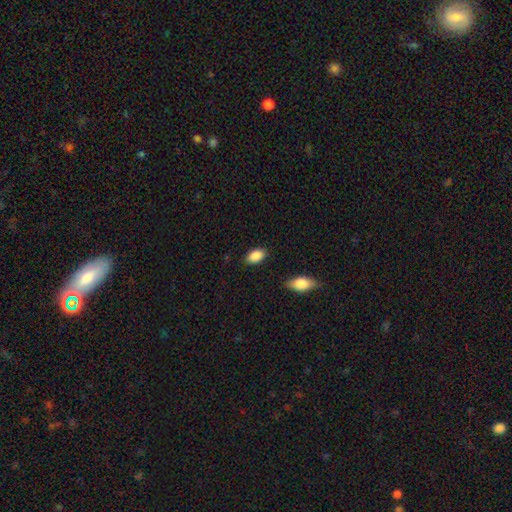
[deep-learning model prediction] A smooth galaxy with no disk features (88%) that is in between round and cigar-shaped (91%). Merging: none (86%).